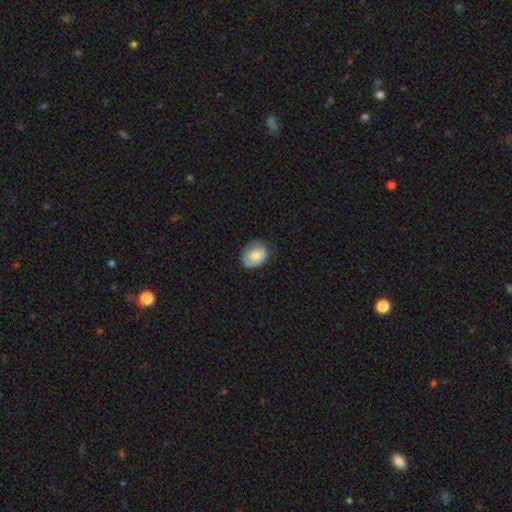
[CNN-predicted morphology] Smooth or featured? smooth (71%)
How rounded? in between (59%)
Merging? none (65%)